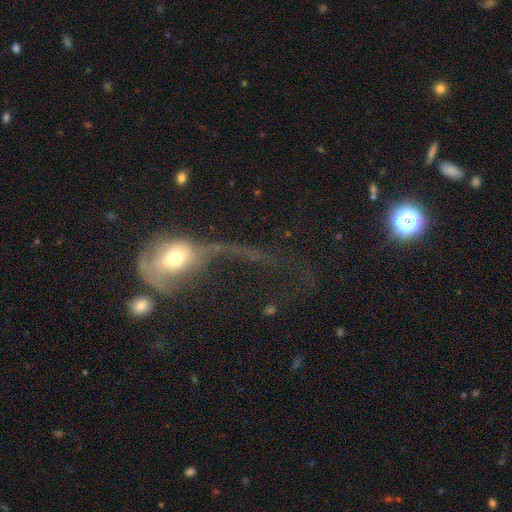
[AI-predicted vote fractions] This appears to be a featured or disk galaxy (44%). Merging: major disturbance (61%).